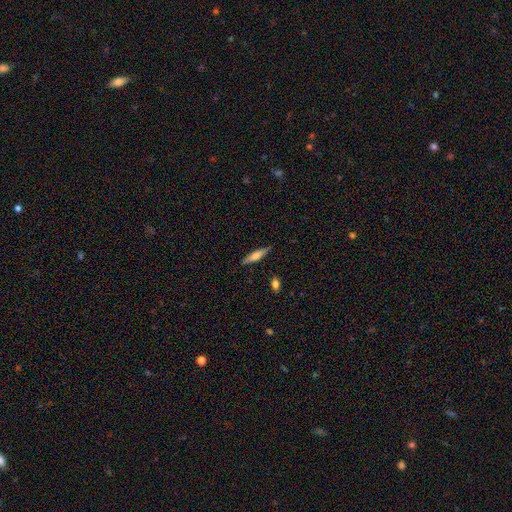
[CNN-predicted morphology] This appears to be a smooth galaxy with no disk features (48%). Merging: none (86%).